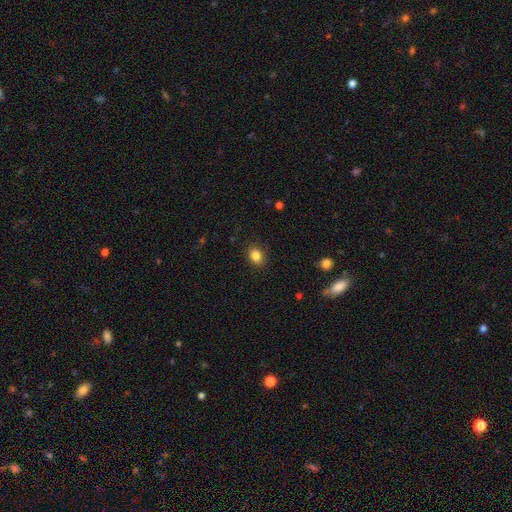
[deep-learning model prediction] Morphology: type=smooth (85%); roundness=in between (52%); merging=none (89%).